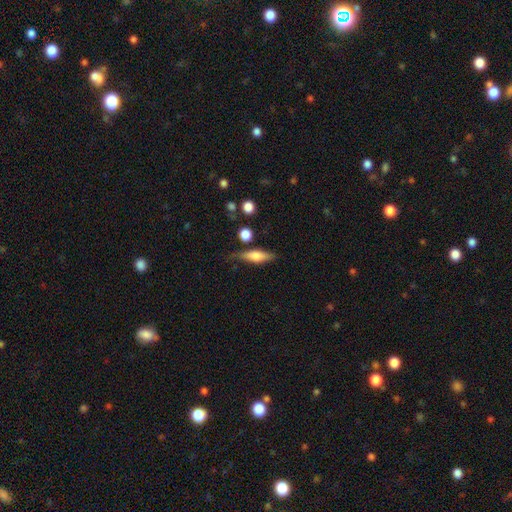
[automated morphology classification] Overall: smooth (59%; featured or disk 34%). How rounded: cigar-shaped (53%; in between 43%). Merging: none (68%).